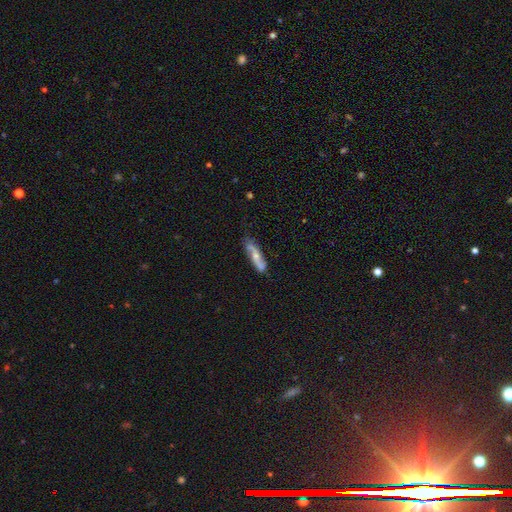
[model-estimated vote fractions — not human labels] A featured or disk galaxy (56%). Merging: none (73%).